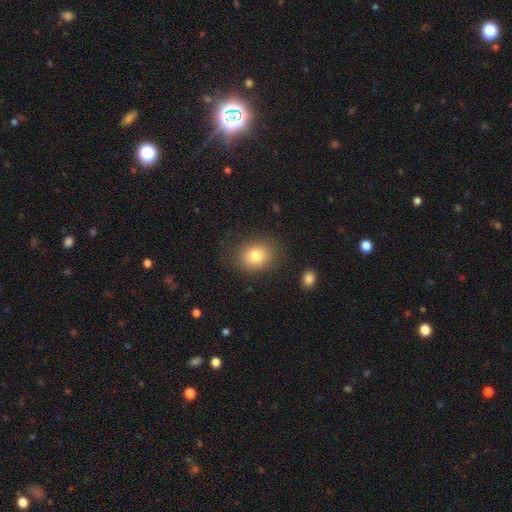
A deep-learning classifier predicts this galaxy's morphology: smooth_or_featured: smooth (p=0.80) [alt: featured or disk p=0.10]
how_rounded: round (p=0.53) [alt: in between p=0.46]
merging: none (p=0.81) [alt: minor disturbance p=0.12]